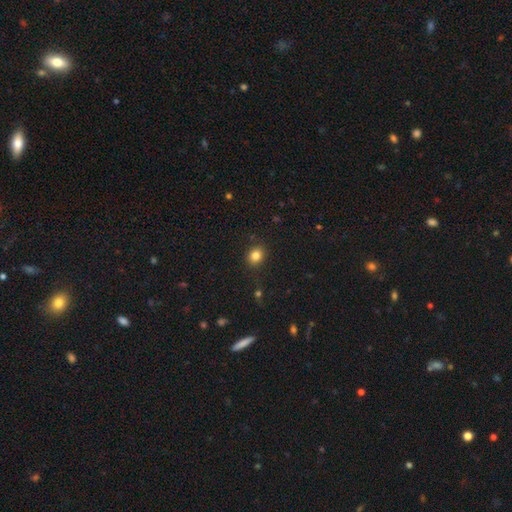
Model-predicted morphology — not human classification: This appears to be a smooth galaxy with no disk features (83%) that is round (68%). Merging: none (89%).